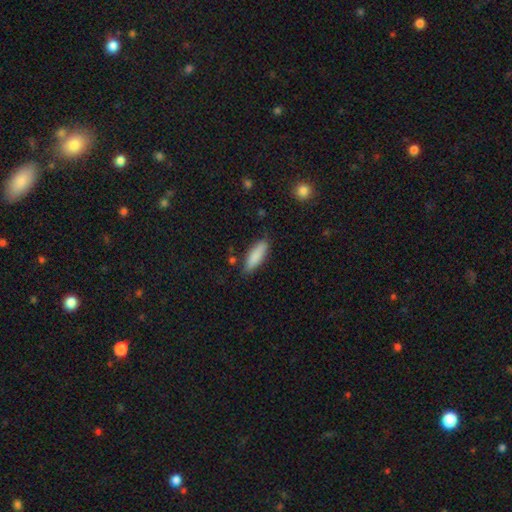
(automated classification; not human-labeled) This is clearly a smooth galaxy (85%). How rounded: possibly in between (49%, tied with cigar-shaped). Merging: likely none (79%).